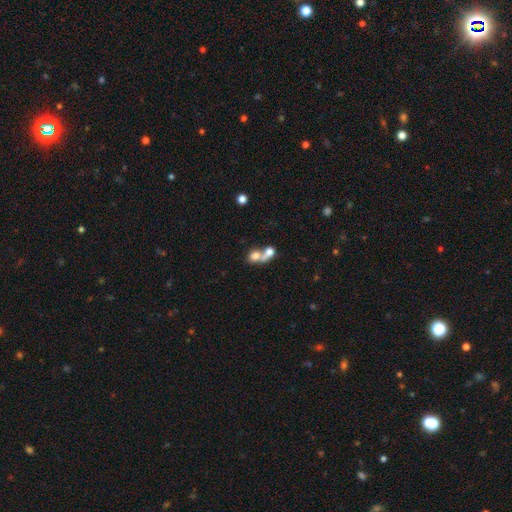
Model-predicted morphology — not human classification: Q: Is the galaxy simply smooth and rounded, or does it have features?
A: smooth — 68%.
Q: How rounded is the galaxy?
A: round — 55%.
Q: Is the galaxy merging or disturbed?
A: merger — 71%.